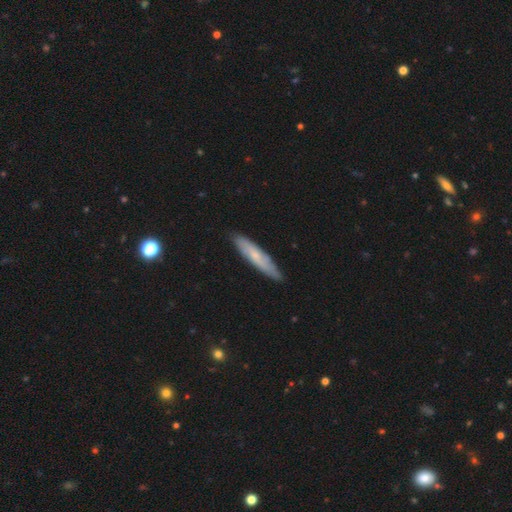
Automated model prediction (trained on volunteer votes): Smooth or featured: smooth — 54% (featured or disk — 40%)
How rounded: cigar-shaped — 85% (in between — 14%)
Merging: none — 85% (minor disturbance — 12%)